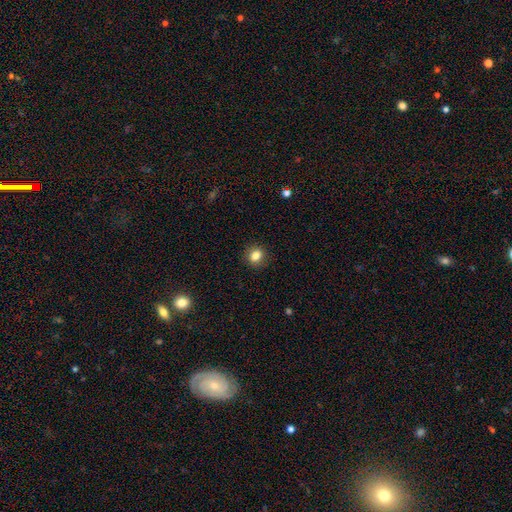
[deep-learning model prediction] smooth-or-featured: smooth: 83% | star or artifact: 11% | featured or disk: 6%
  how-rounded: round: 77% | in between: 22% | cigar-shaped: 1%
  merging: none: 90% | minor disturbance: 7% | major disturbance: 2% | merger: 1%